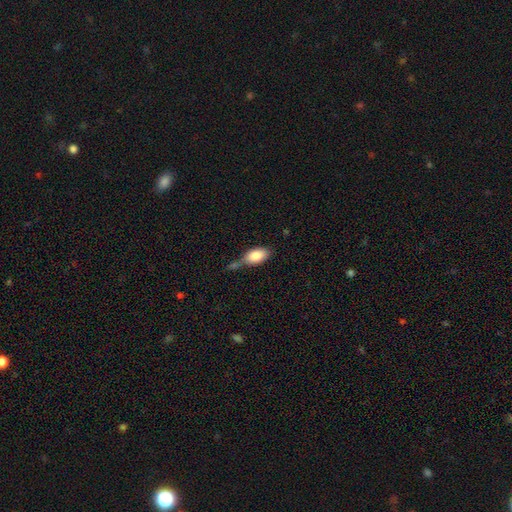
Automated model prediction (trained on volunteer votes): Smooth or featured? Predicted: smooth (p=0.83). How rounded? Predicted: in between (p=0.92). Merging? Predicted: none (p=0.37).